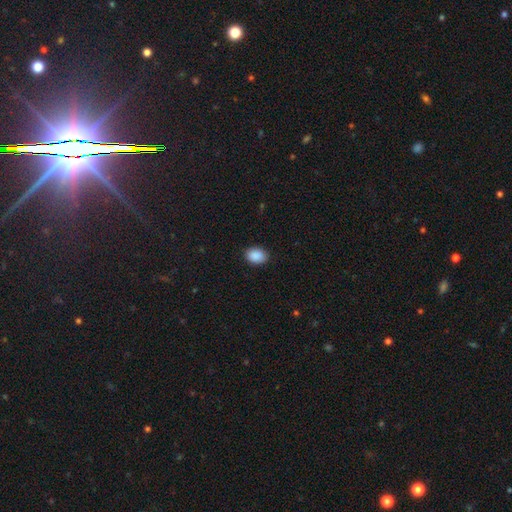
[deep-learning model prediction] Q: Smooth or featured?
A: smooth (90%); runner-up: star or artifact (8%)
Q: How rounded?
A: in between (70%); runner-up: round (29%)
Q: Merging?
A: none (88%); runner-up: minor disturbance (9%)